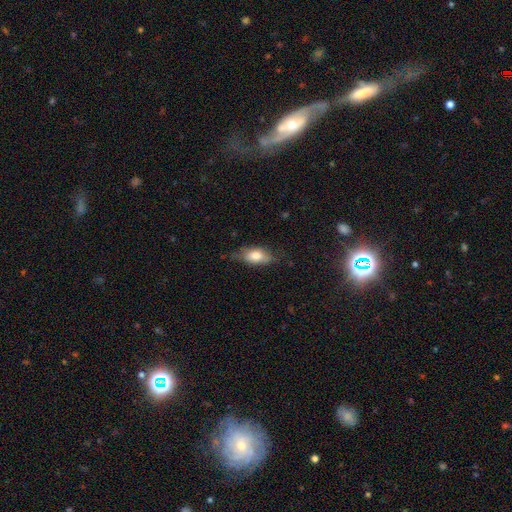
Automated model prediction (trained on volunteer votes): The model was most divided on "merging": none: 61%, minor disturbance: 29%, major disturbance: 8%, merger: 2%. More confident: how rounded — in between (83%); smooth or featured — smooth (72%).